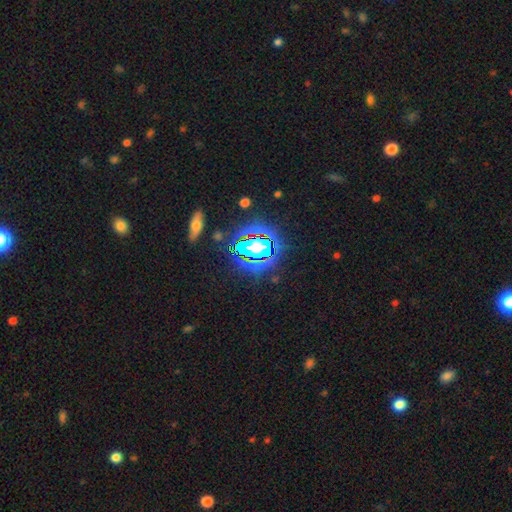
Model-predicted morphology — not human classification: A star or artifact, not a galaxy (79%).

Vote fractions:
- Smooth or featured? star or artifact: 79% / smooth: 12% / featured or disk: 9%